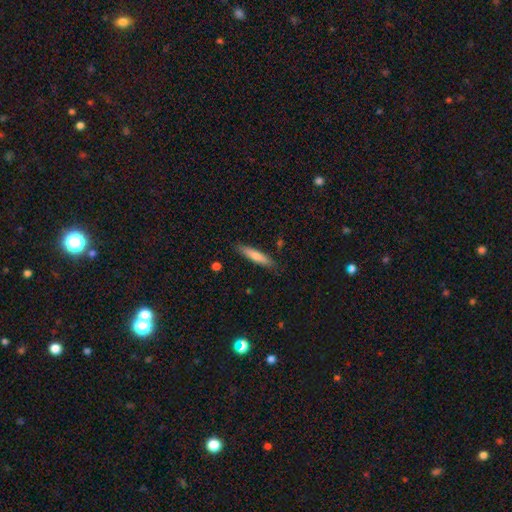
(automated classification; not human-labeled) Overall: smooth (71%). How rounded: cigar-shaped (86%). Merging: none (86%).